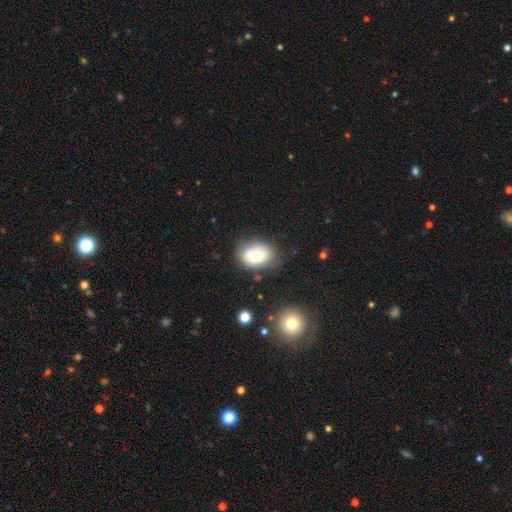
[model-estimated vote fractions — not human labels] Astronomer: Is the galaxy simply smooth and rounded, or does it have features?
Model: smooth — 68%.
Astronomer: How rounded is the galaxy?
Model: in between — 80%.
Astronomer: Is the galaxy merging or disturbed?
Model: none — 58%.